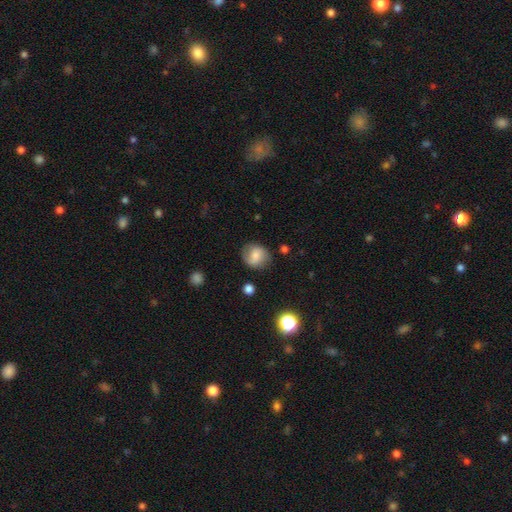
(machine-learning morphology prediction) Smooth or featured? smooth (66%)
How rounded? round (79%)
Merging? none (76%)